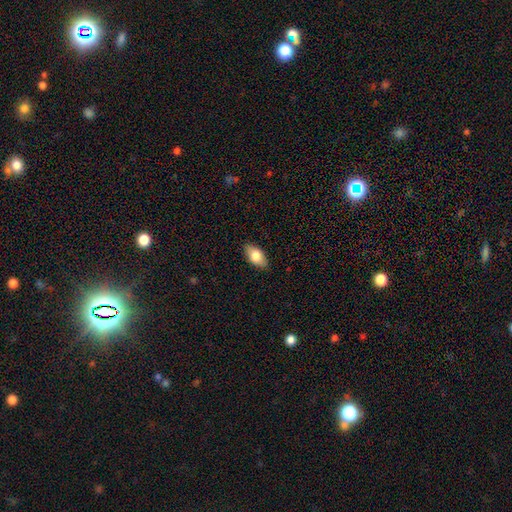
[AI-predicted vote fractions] smooth-or-featured: smooth: 79% | featured or disk: 15% | star or artifact: 7%
  how-rounded: in between: 92% | round: 5% | cigar-shaped: 4%
  merging: none: 87% | minor disturbance: 10% | major disturbance: 2% | merger: 1%